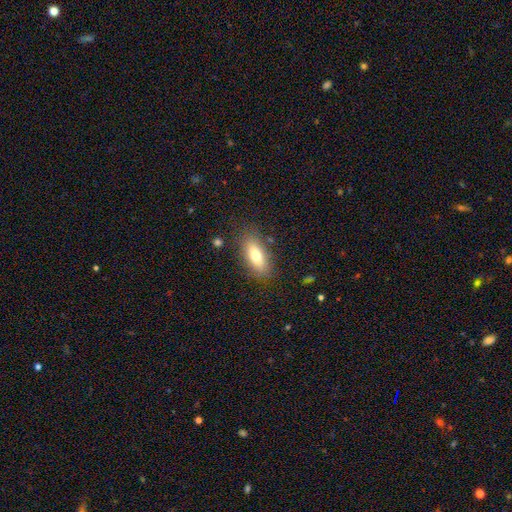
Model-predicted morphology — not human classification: A smooth galaxy with no disk features (73%) that is in between round and cigar-shaped (78%). Merging: none (83%).